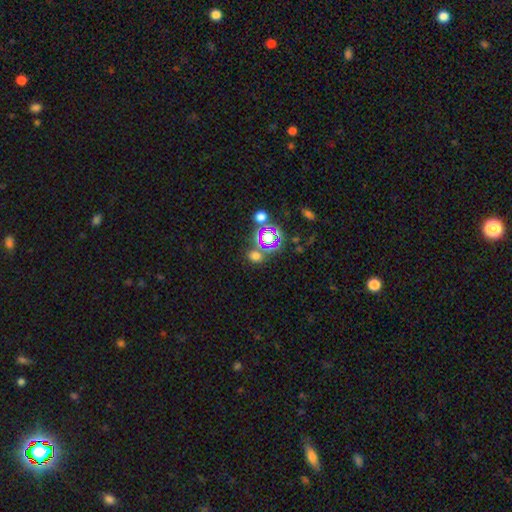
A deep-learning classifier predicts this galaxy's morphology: Q: Smooth or featured?
A: smooth (54%); runner-up: star or artifact (38%)
Q: How rounded?
A: round (61%); runner-up: in between (37%)
Q: Merging?
A: none (68%); runner-up: merger (16%)